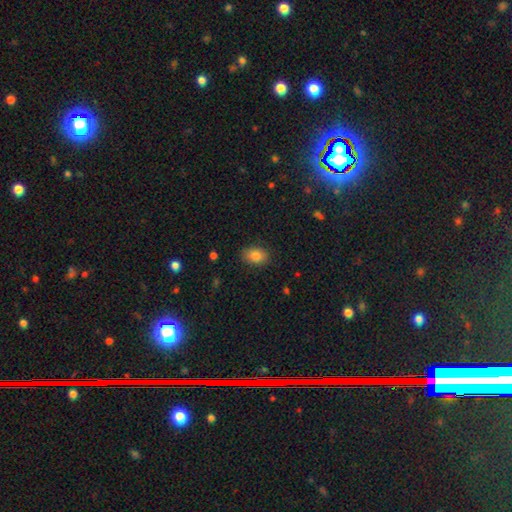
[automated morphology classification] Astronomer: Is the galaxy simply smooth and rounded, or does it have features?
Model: smooth — 84%.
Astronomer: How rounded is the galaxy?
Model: in between — 81%.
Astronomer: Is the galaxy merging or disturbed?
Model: none — 85%.